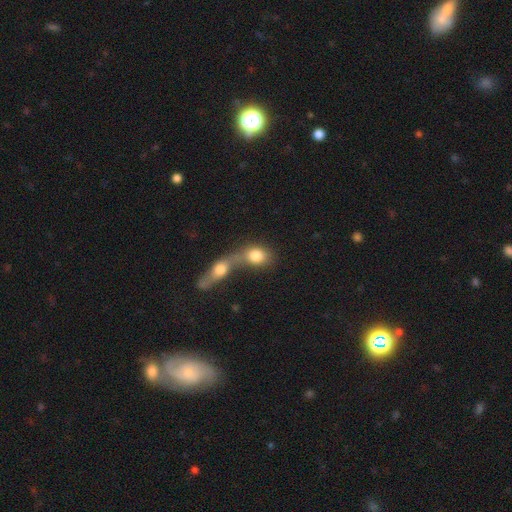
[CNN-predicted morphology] Q: Smooth or featured?
A: smooth (77%); runner-up: featured or disk (15%)
Q: How rounded?
A: in between (52%); runner-up: round (43%)
Q: Merging?
A: merger (71%); runner-up: none (19%)